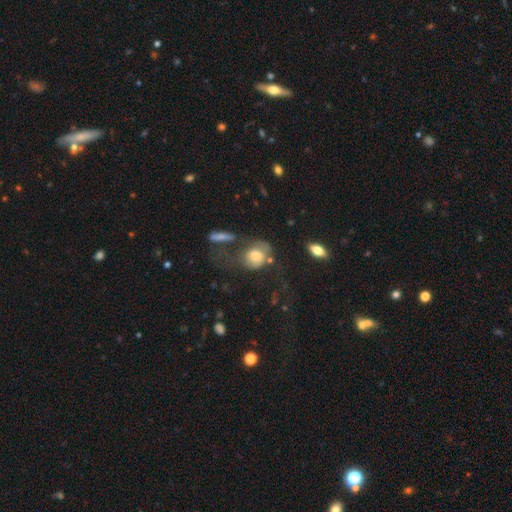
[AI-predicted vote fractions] Smooth or featured?
  - smooth: 65% *
  - featured or disk: 25%
  - star or artifact: 9%
How rounded?
  - in between: 52% *
  - round: 46%
  - cigar-shaped: 2%
Merging?
  - major disturbance: 35% *
  - none: 30%
  - minor disturbance: 21%
  - merger: 15%